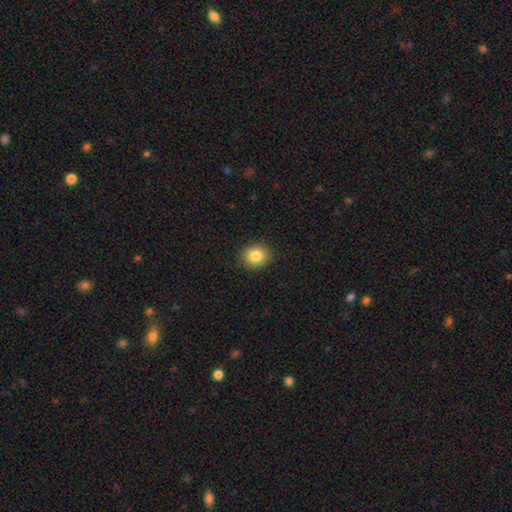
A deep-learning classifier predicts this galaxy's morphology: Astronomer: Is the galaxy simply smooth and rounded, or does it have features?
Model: smooth — 84%.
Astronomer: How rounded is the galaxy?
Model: round — 67%.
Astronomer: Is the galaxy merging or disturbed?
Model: none — 90%.